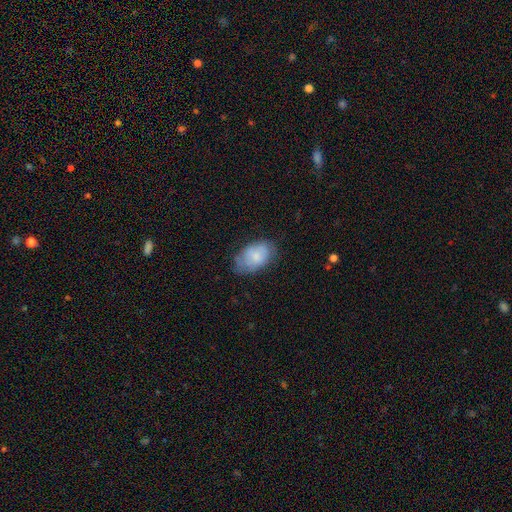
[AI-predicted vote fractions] Overall: smooth (74%). How rounded: in between (90%). Merging: none (62%; minor disturbance 28%).